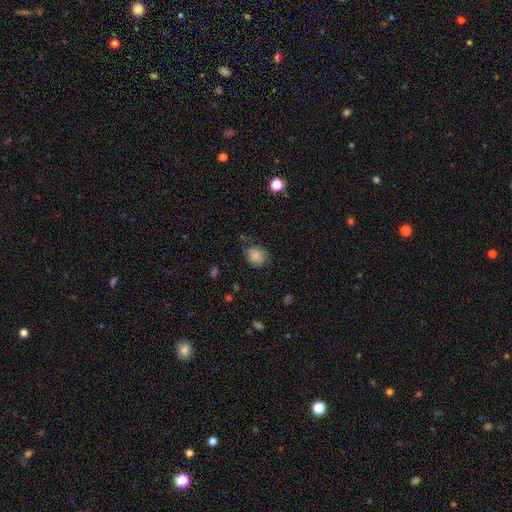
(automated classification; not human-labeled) smooth 79%, featured or disk 12%, star or artifact 9%. Down the decision tree: how rounded — round (66%); merging — none (58%).